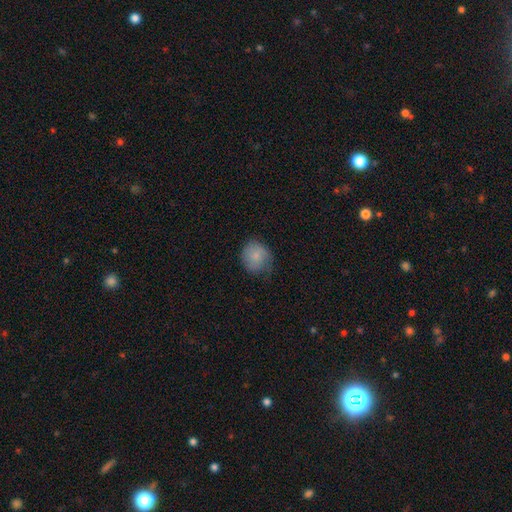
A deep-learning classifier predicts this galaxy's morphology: Overall: smooth (82%). How rounded: round (79%). Merging: none (61%; minor disturbance 29%).